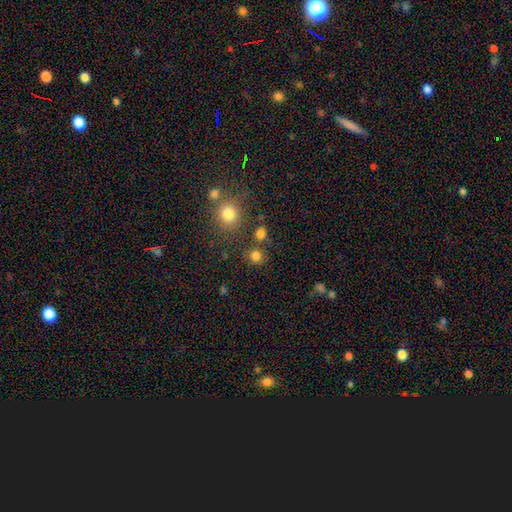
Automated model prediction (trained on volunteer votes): Smooth or featured: smooth — 80% (star or artifact — 15%)
How rounded: round — 88% (in between — 11%)
Merging: none — 76% (merger — 12%)